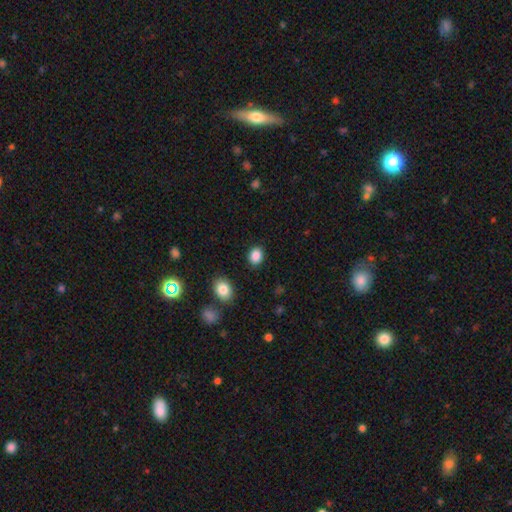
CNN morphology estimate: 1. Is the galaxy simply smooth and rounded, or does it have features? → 87% smooth, 9% star or artifact, 3% featured or disk.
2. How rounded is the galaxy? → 52% round, 47% in between, 1% cigar-shaped.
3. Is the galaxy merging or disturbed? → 87% none, 8% minor disturbance, 3% major disturbance, 2% merger.